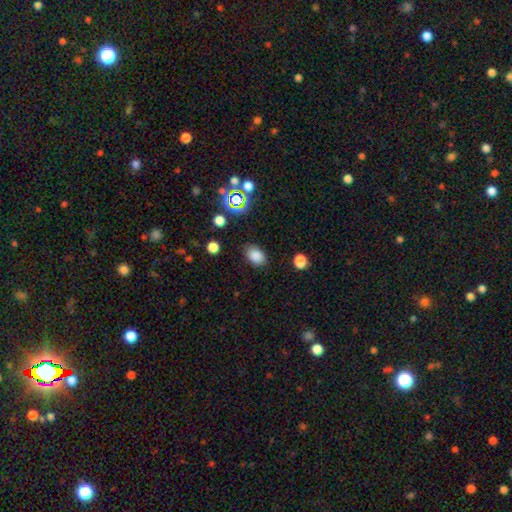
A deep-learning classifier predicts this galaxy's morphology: A smooth galaxy with no disk features (81%) that is in between round and cigar-shaped (80%). Merging: none (82%).